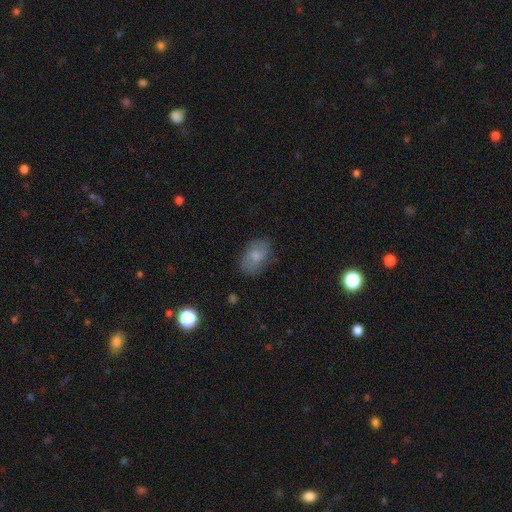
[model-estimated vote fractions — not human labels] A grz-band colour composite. It shows a smooth galaxy with no disk features (62%) that is in between round and cigar-shaped (87%). Merging: none (74%).